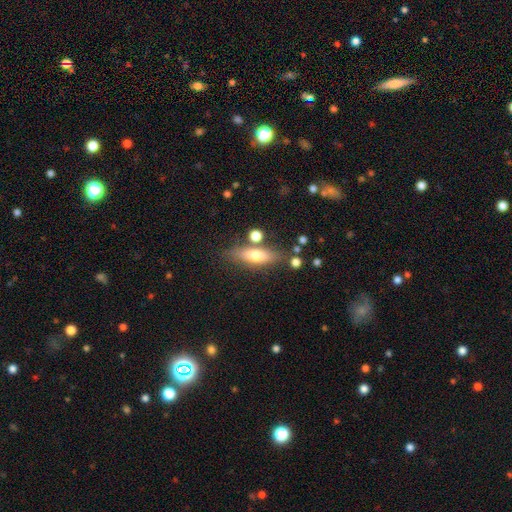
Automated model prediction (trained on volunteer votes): Smooth or featured? smooth (63%)
How rounded? in between (49%)
Merging? none (72%)